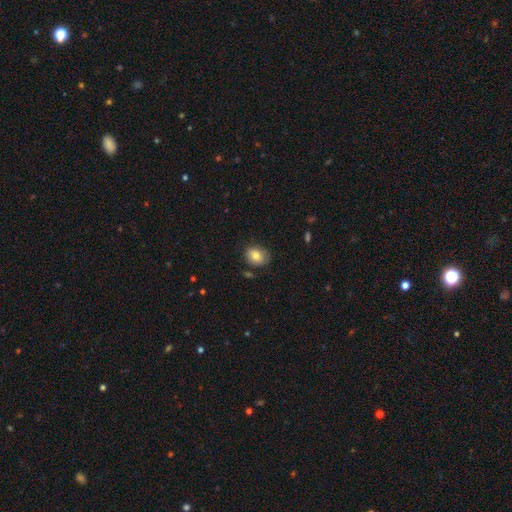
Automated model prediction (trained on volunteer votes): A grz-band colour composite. It shows a smooth galaxy with no disk features (79%) that is round (50%, tied with in between). Merging: none (78%).